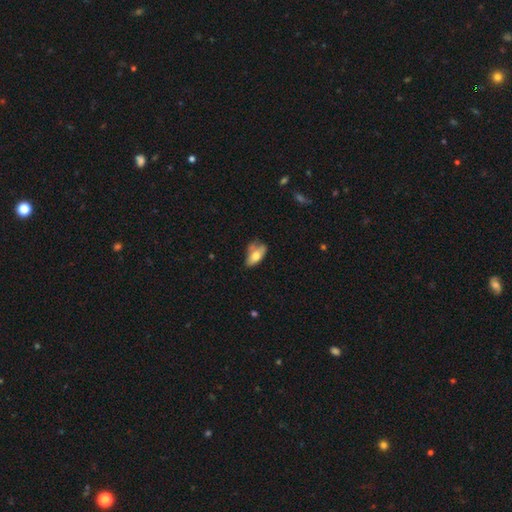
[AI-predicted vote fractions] Smooth or featured? Predicted: smooth (p=0.66). How rounded? Predicted: in between (p=0.89). Merging? Predicted: none (p=0.35).